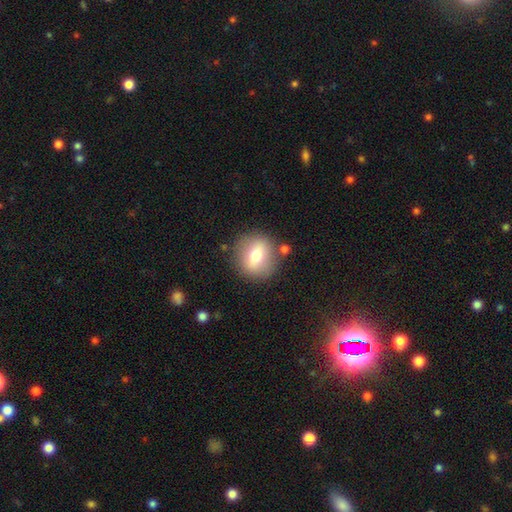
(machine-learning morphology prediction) The model was most divided on "smooth or featured": smooth: 62%, featured or disk: 29%, star or artifact: 9%. More confident: how rounded — round (85%); merging — none (83%).